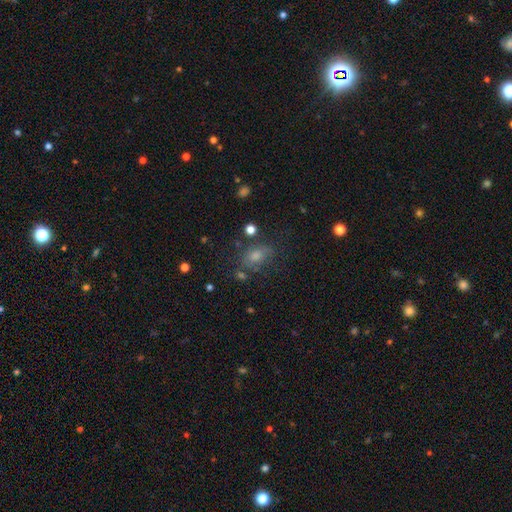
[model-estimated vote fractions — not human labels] Morphology: type=smooth (54%); roundness=in between (66%); merging=none (67%).